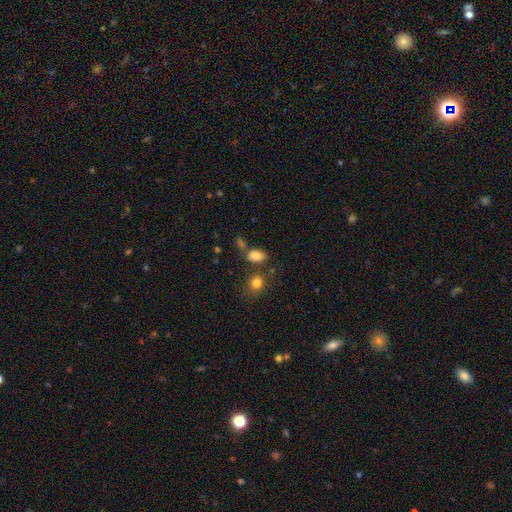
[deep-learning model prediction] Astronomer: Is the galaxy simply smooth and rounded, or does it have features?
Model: smooth — 82%.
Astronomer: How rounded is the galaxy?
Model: in between — 87%.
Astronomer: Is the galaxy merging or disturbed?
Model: none — 62%.